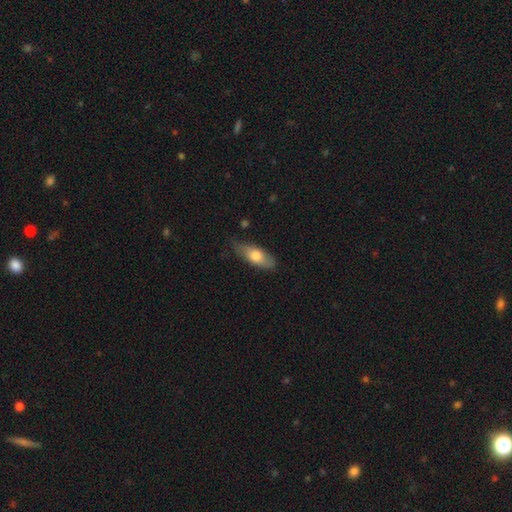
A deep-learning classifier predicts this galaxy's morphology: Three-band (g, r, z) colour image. It shows a smooth galaxy with no disk features (69%) that is in between round and cigar-shaped (75%). Merging: none (71%).